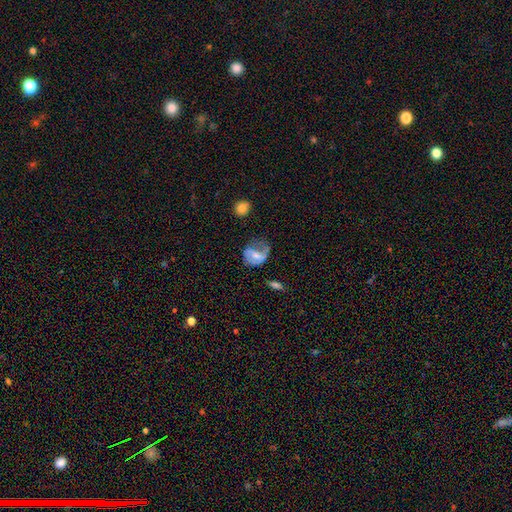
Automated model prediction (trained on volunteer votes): smooth_or_featured: featured or disk (p=0.55) [alt: smooth p=0.37]
disk_edge_on: no (p=0.97) [alt: yes p=0.03]
bar: weak (p=0.42) [alt: no p=0.31]
has_spiral_arms: yes (p=0.71) [alt: no p=0.29]
bulge_size: moderate (p=0.40) [alt: small p=0.36]
merging: none (p=0.36) [alt: major disturbance p=0.33]